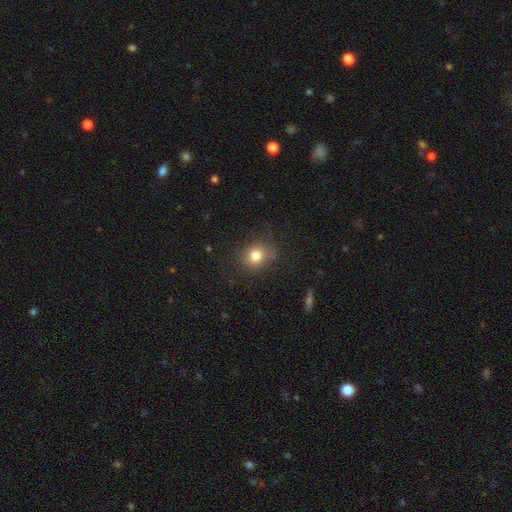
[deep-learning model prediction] Q: Smooth or featured?
A: smooth (79%); runner-up: star or artifact (13%)
Q: How rounded?
A: round (76%); runner-up: in between (23%)
Q: Merging?
A: none (78%); runner-up: minor disturbance (15%)